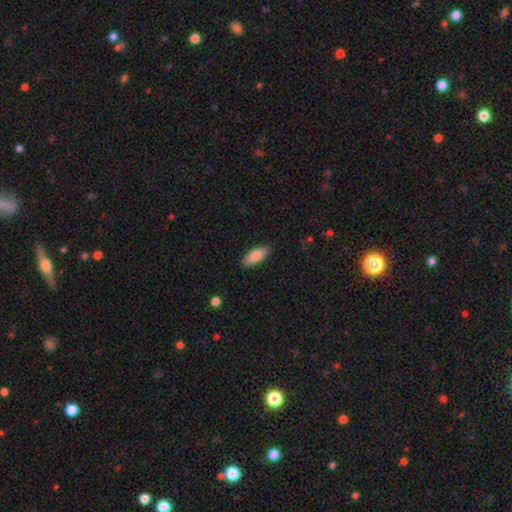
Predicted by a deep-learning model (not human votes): Smooth or featured? smooth (83%)
How rounded? in between (80%)
Merging? none (87%)